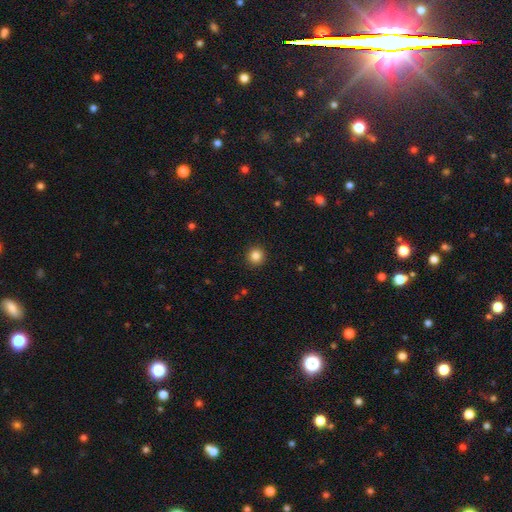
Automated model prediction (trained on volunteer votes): A smooth galaxy with no disk features (85%) that is round (94%).

Vote fractions:
- Smooth or featured? smooth: 85% / star or artifact: 11% / featured or disk: 4%
- How rounded? round: 94% / in between: 5% / cigar-shaped: 1%
- Merging? none: 92% / minor disturbance: 5% / major disturbance: 2% / merger: 1%